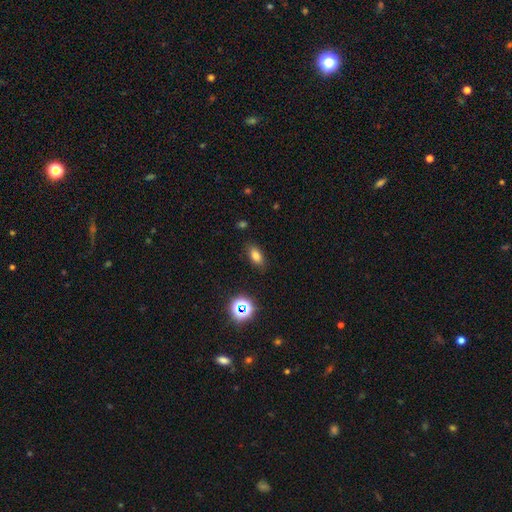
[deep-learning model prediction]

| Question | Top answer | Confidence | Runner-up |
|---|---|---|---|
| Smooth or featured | smooth | 75% | star or artifact (16%) |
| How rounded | in between | 85% | round (10%) |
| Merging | none | 84% | minor disturbance (11%) |